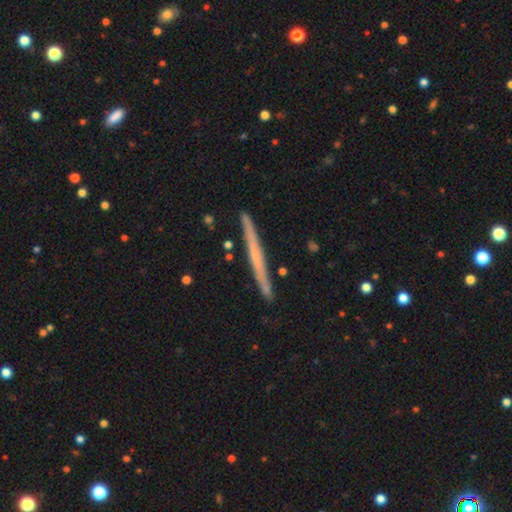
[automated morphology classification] featured or disk 55%, smooth 39%, star or artifact 6%. Down the decision tree: edge-on disk — yes (97%); edge-on bulge — none (81%); merging — none (90%).